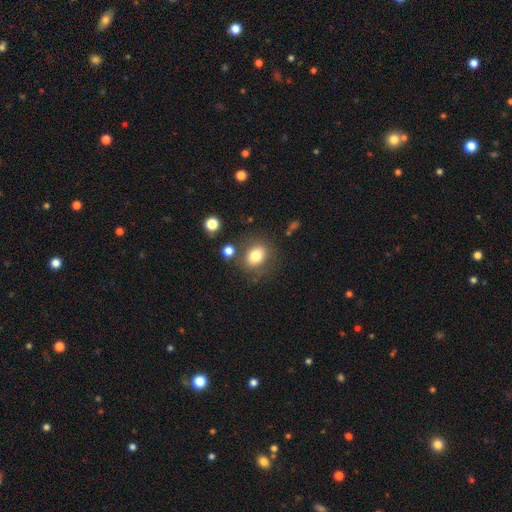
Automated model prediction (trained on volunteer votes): Smooth or featured?
  - smooth: 79% *
  - star or artifact: 11%
  - featured or disk: 10%
How rounded?
  - in between: 50% *
  - round: 49%
  - cigar-shaped: 1%
Merging?
  - none: 73% *
  - minor disturbance: 14%
  - merger: 7%
  - major disturbance: 6%